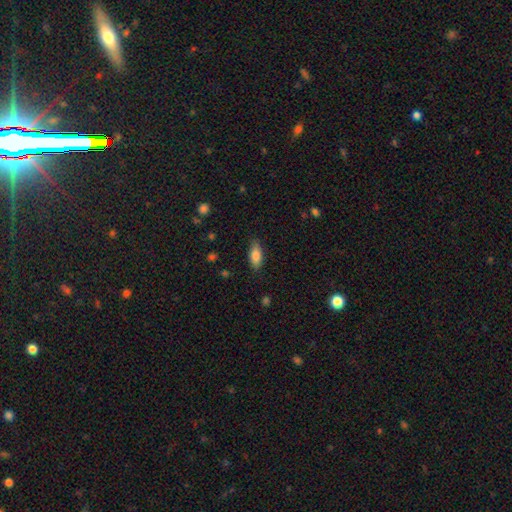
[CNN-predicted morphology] Smooth or featured?
  - smooth: 82% *
  - featured or disk: 12%
  - star or artifact: 7%
How rounded?
  - in between: 79% *
  - cigar-shaped: 18%
  - round: 2%
Merging?
  - none: 84% *
  - minor disturbance: 13%
  - major disturbance: 3%
  - merger: 1%